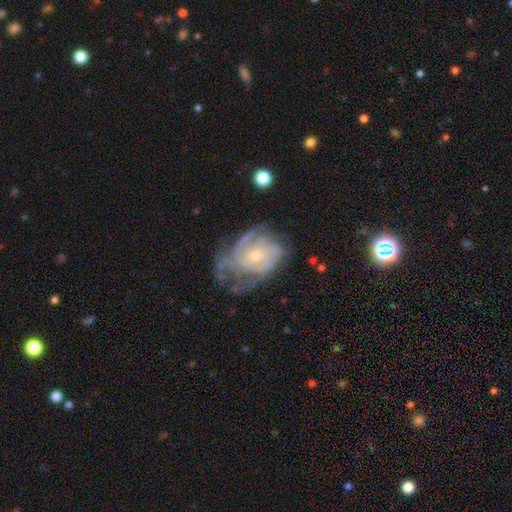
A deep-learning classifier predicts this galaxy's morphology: Smooth or featured?
  - featured or disk: 81% *
  - smooth: 11%
  - star or artifact: 7%
Edge-on disk?
  - no: 97% *
  - yes: 3%
Bar?
  - no: 76% *
  - weak: 20%
  - strong: 4%
Spiral arms?
  - yes: 89% *
  - no: 11%
Spiral winding?
  - tight: 57% *
  - medium: 33%
  - loose: 10%
Spiral arm count?
  - can't tell: 42% *
  - 3: 19%
  - 2: 15%
  - 4: 13%
  - more than 4: 5%
  - 1: 5%
Bulge size?
  - small: 63% *
  - moderate: 33%
  - none: 2%
  - large: 2%
  - dominant: 1%
Merging?
  - none: 49% *
  - minor disturbance: 26%
  - major disturbance: 22%
  - merger: 2%